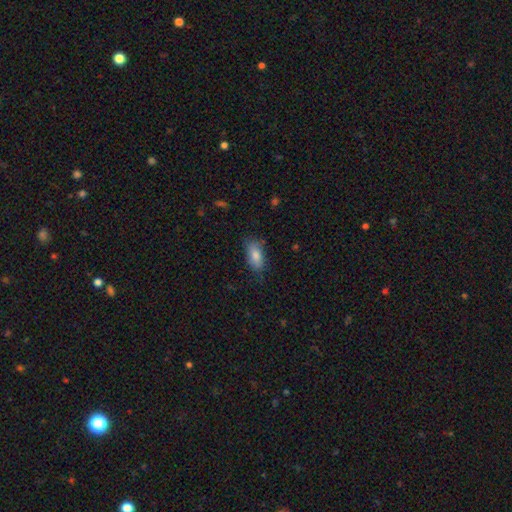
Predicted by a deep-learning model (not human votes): Q: Smooth or featured?
A: smooth (83%); runner-up: featured or disk (9%)
Q: How rounded?
A: in between (86%); runner-up: cigar-shaped (10%)
Q: Merging?
A: none (76%); runner-up: minor disturbance (18%)